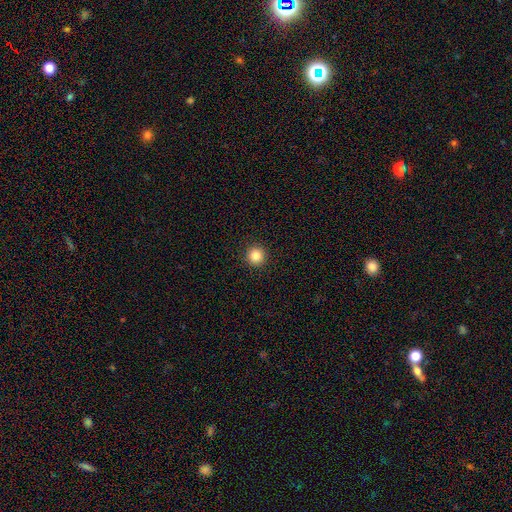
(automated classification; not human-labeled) smooth-or-featured: smooth: 85% | star or artifact: 10% | featured or disk: 4%
  how-rounded: round: 95% | in between: 4% | cigar-shaped: 1%
  merging: none: 93% | minor disturbance: 4% | major disturbance: 2% | merger: 1%